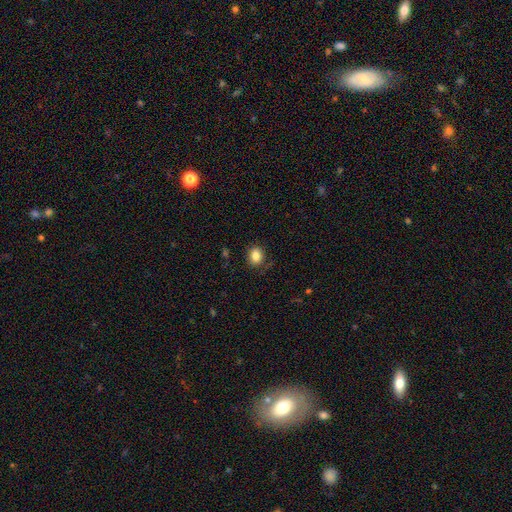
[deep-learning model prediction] smooth-or-featured: smooth: 84% | star or artifact: 10% | featured or disk: 6%
  how-rounded: in between: 53% | round: 46% | cigar-shaped: 1%
  merging: none: 83% | minor disturbance: 12% | major disturbance: 3% | merger: 1%